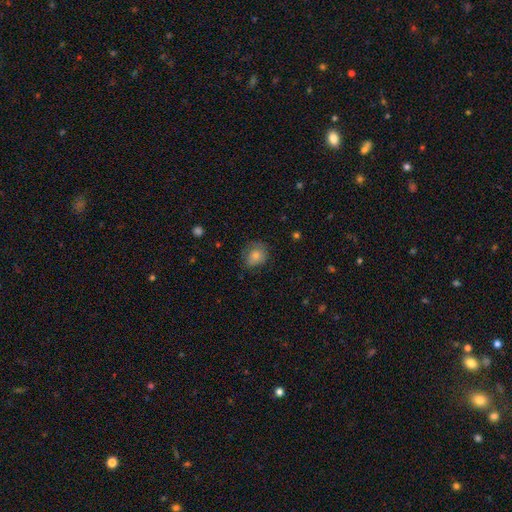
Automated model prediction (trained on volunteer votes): A smooth galaxy with no disk features (71%) that is round (71%).

Vote fractions:
- Smooth or featured? smooth: 71% / featured or disk: 18% / star or artifact: 11%
- How rounded? round: 71% / in between: 28% / cigar-shaped: 1%
- Merging? none: 72% / minor disturbance: 21% / major disturbance: 6% / merger: 1%